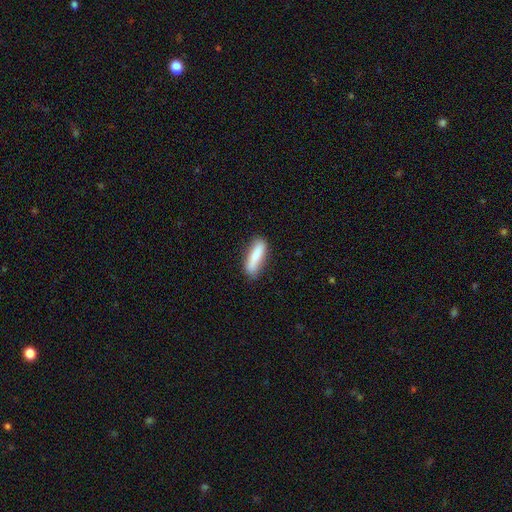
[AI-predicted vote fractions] smooth_or_featured: smooth (p=0.79) [alt: featured or disk p=0.15]
how_rounded: cigar-shaped (p=0.69) [alt: in between p=0.29]
merging: none (p=0.80) [alt: minor disturbance p=0.15]